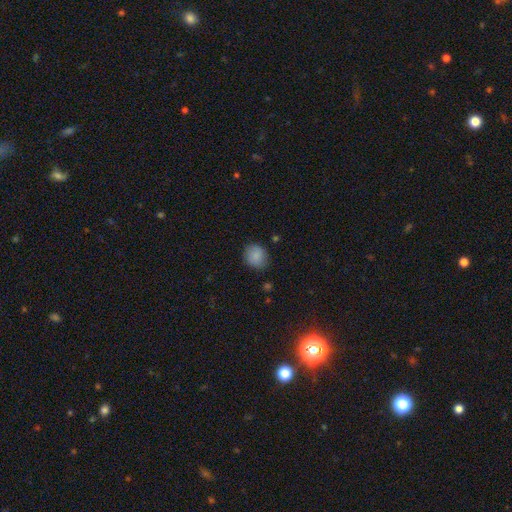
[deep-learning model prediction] Overall: smooth (85%). How rounded: round (72%). Merging: none (80%).